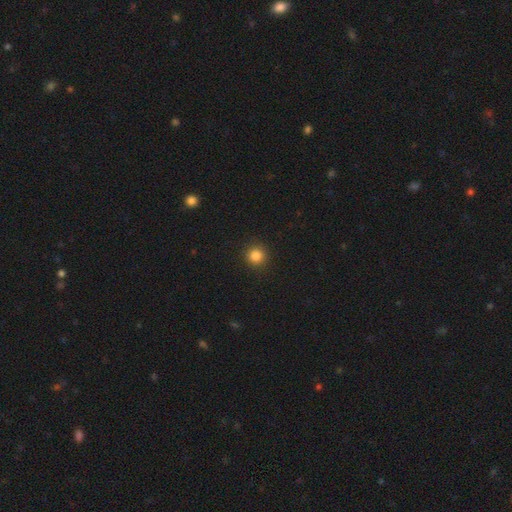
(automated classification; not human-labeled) smooth_or_featured: smooth (p=0.84) [alt: star or artifact p=0.12]
how_rounded: round (p=0.93) [alt: in between p=0.06]
merging: none (p=0.92) [alt: minor disturbance p=0.06]